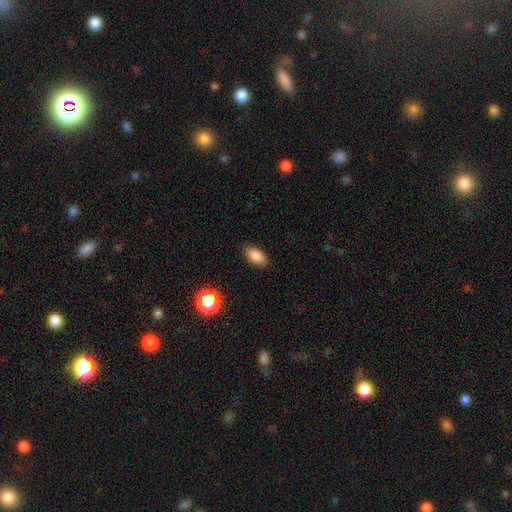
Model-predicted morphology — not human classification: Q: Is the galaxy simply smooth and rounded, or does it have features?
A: smooth — 86%.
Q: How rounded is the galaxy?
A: in between — 90%.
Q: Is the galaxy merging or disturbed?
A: none — 86%.